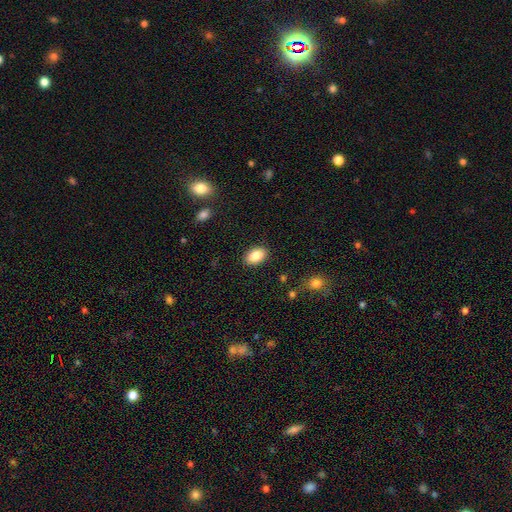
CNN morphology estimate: Smooth or featured?
  - smooth: 85% *
  - star or artifact: 8%
  - featured or disk: 7%
How rounded?
  - in between: 88% *
  - round: 11%
  - cigar-shaped: 1%
Merging?
  - none: 88% *
  - minor disturbance: 9%
  - major disturbance: 2%
  - merger: 1%